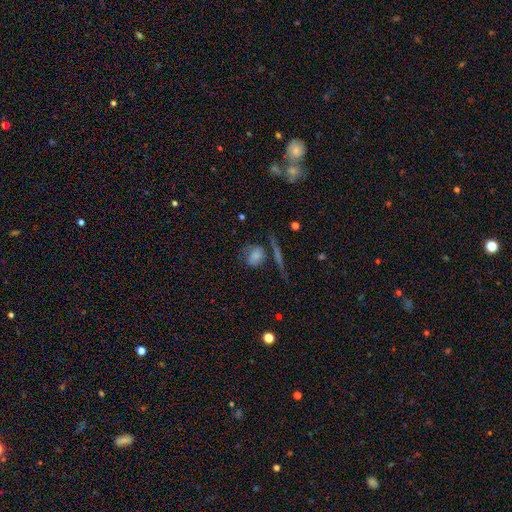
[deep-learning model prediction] The model was most divided on "how rounded": in between: 53%, round: 42%, cigar-shaped: 5%. Remaining: smooth or featured — smooth (63%); merging — none (49%).